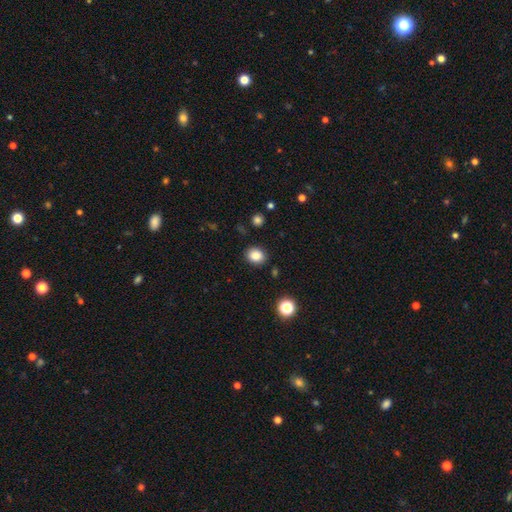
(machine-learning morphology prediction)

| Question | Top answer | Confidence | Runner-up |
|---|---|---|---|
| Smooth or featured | smooth | 86% | star or artifact (10%) |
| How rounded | round | 59% | in between (40%) |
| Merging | none | 88% | minor disturbance (8%) |